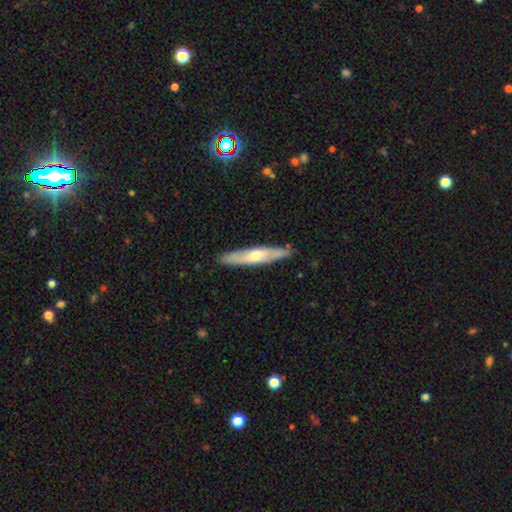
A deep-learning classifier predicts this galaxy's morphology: Q: Smooth or featured?
A: featured or disk (53%); runner-up: smooth (41%)
Q: Edge-on disk?
A: yes (78%); runner-up: no (22%)
Q: Merging?
A: none (87%); runner-up: minor disturbance (10%)